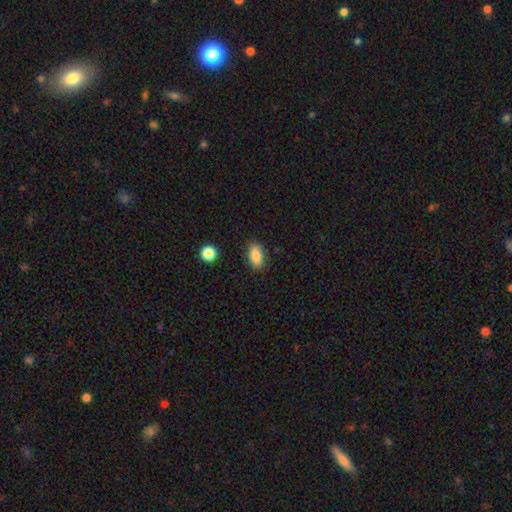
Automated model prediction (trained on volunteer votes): smooth 86%, star or artifact 8%, featured or disk 6%. Down the decision tree: how rounded — in between (90%); merging — none (87%).